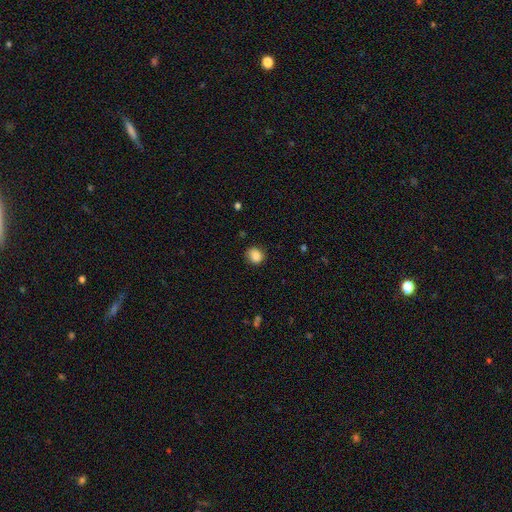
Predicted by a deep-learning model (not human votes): smooth 86%, star or artifact 9%, featured or disk 5%. Down the decision tree: how rounded — round (73%); merging — none (77%).